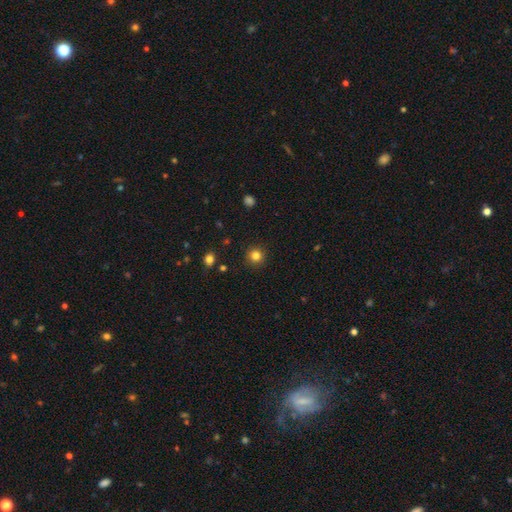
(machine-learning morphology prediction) Smooth or featured?
  - smooth: 82% *
  - star or artifact: 13%
  - featured or disk: 5%
How rounded?
  - round: 94% *
  - in between: 5%
  - cigar-shaped: 1%
Merging?
  - none: 91% *
  - minor disturbance: 6%
  - major disturbance: 2%
  - merger: 1%